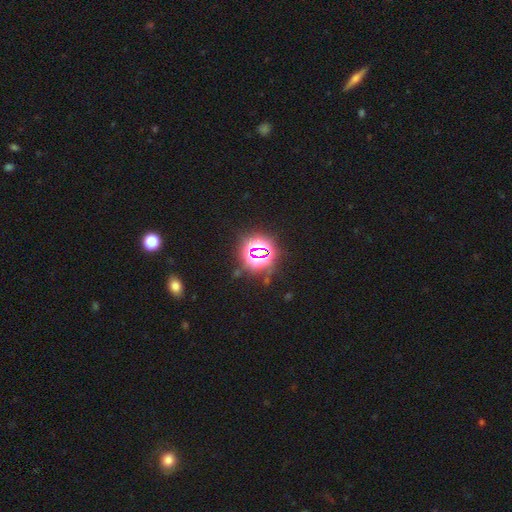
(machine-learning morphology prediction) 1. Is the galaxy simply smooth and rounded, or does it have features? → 77% star or artifact, 14% smooth, 9% featured or disk.